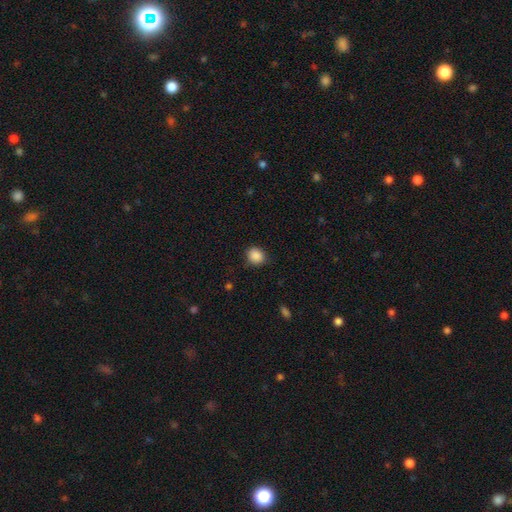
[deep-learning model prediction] The model was most divided on "how rounded": round: 73%, in between: 26%, cigar-shaped: 1%. More confident: smooth or featured — smooth (89%); merging — none (85%).